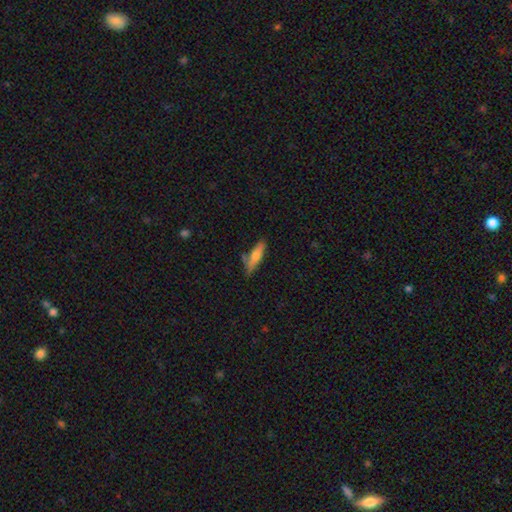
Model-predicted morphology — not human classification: Smooth or featured? smooth (62%)
How rounded? cigar-shaped (67%)
Merging? none (66%)